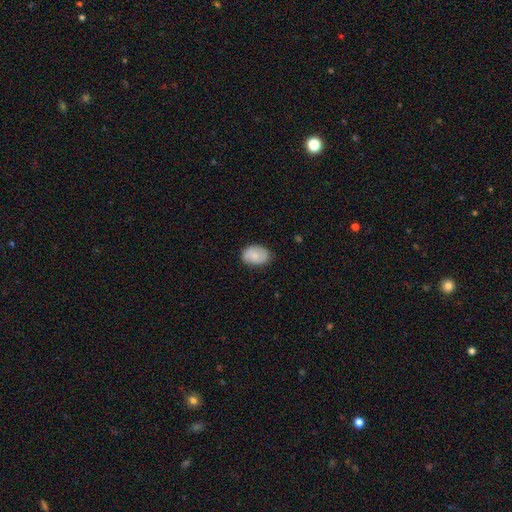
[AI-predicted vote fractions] Q: Smooth or featured?
A: smooth (77%); runner-up: featured or disk (16%)
Q: How rounded?
A: in between (82%); runner-up: round (16%)
Q: Merging?
A: none (80%); runner-up: minor disturbance (16%)